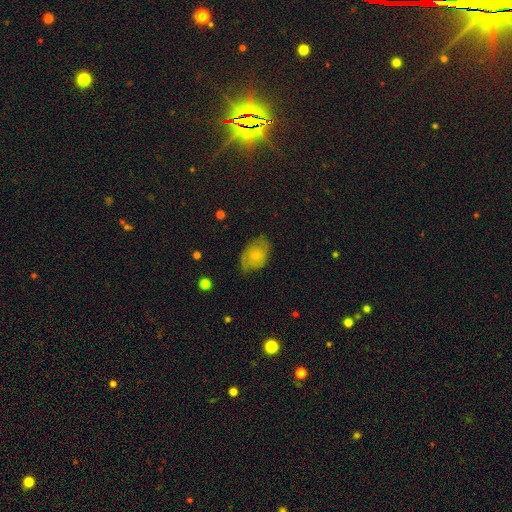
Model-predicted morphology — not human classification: Overall: smooth (57%; featured or disk 36%). How rounded: in between (79%). Merging: none (63%; minor disturbance 28%).